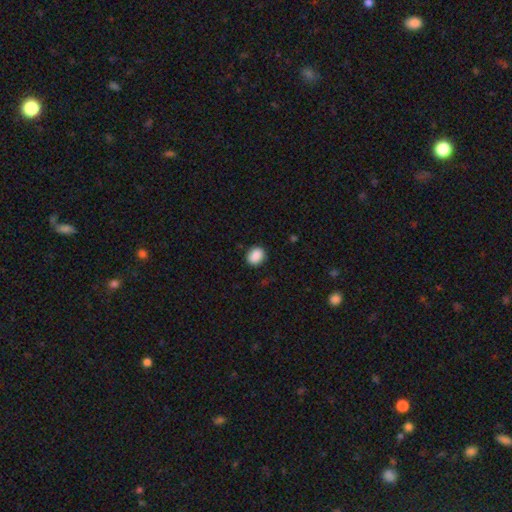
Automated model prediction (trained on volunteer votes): Smooth or featured: smooth — 89% (star or artifact — 8%)
How rounded: round — 52% (in between — 47%)
Merging: none — 88% (minor disturbance — 9%)